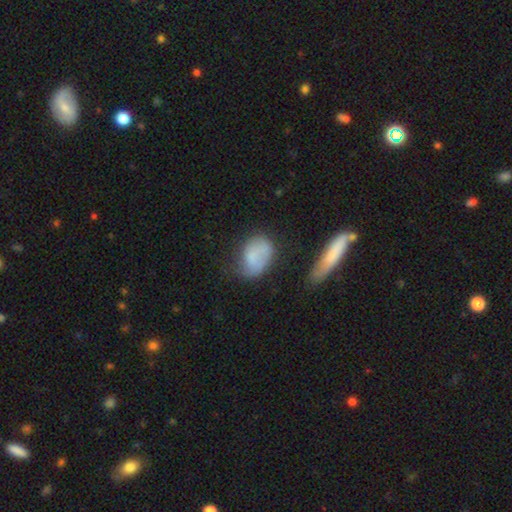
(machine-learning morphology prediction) Smooth or featured? smooth (72%)
How rounded? in between (74%)
Merging? none (50%)